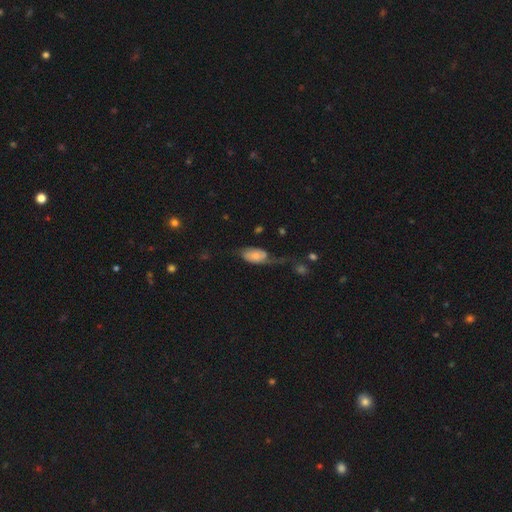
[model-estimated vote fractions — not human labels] Morphology: type=smooth (57%); roundness=in between (91%); merging=major disturbance (41%).